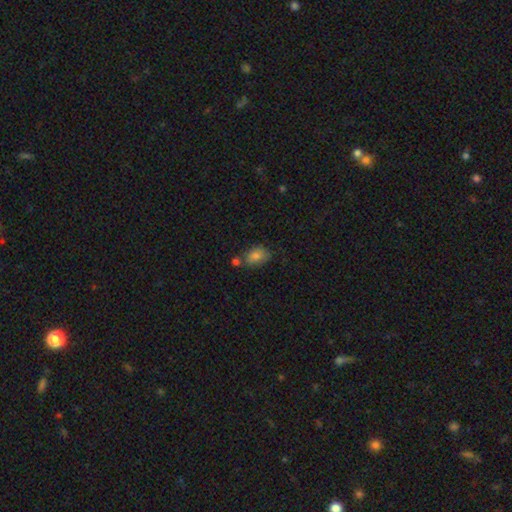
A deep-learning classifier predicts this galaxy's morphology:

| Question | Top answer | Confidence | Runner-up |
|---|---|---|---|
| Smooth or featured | smooth | 81% | featured or disk (10%) |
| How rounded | in between | 84% | round (15%) |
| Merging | none | 53% | minor disturbance (22%) |